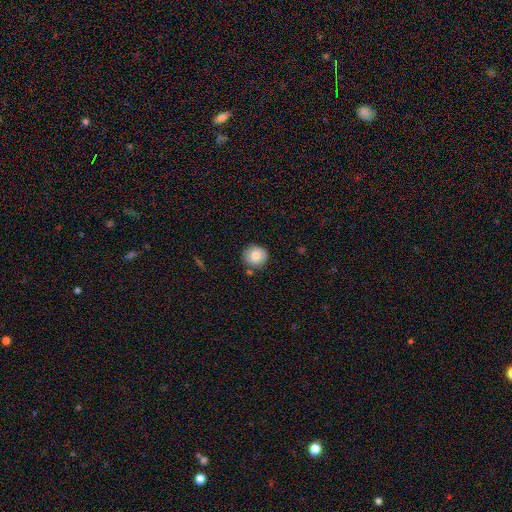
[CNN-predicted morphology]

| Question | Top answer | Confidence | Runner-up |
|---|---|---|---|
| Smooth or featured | smooth | 84% | star or artifact (8%) |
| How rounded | round | 91% | in between (8%) |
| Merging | none | 81% | minor disturbance (12%) |